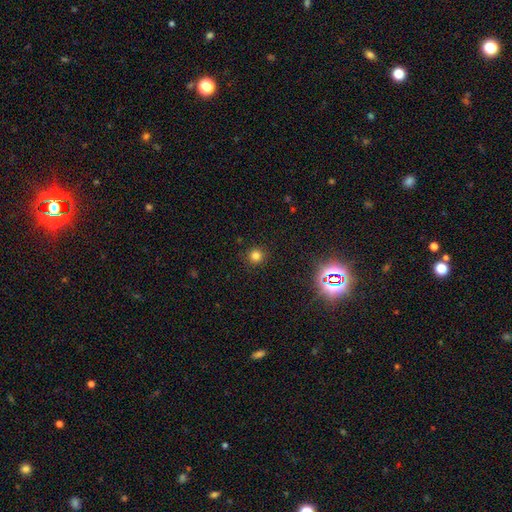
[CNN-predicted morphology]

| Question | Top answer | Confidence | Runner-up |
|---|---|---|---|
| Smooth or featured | smooth | 79% | star or artifact (16%) |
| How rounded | round | 94% | in between (5%) |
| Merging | none | 91% | minor disturbance (6%) |